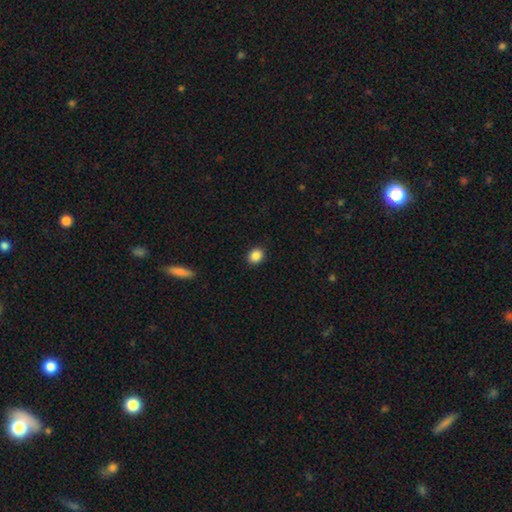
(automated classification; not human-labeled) Morphology: type=smooth (88%); roundness=in between (50%); merging=none (90%).